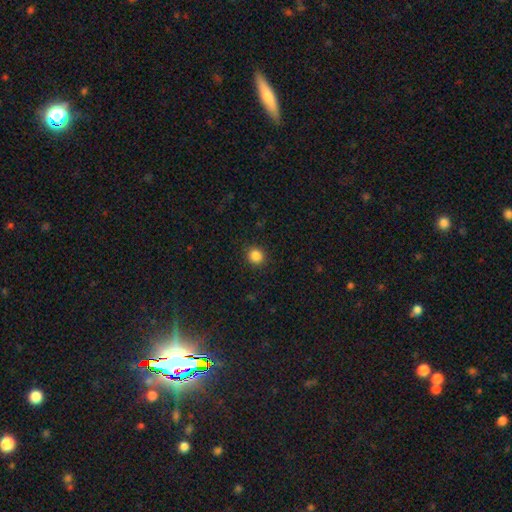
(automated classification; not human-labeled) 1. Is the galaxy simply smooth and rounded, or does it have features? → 86% smooth, 11% star or artifact, 4% featured or disk.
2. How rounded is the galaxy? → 85% round, 14% in between, 1% cigar-shaped.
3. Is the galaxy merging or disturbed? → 91% none, 6% minor disturbance, 2% major disturbance, 1% merger.